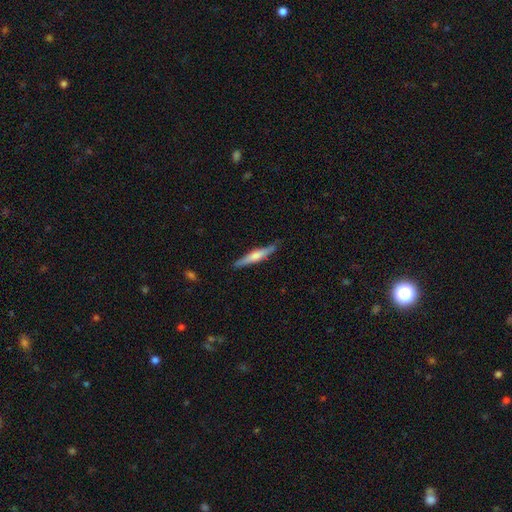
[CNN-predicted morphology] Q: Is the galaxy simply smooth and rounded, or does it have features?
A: featured or disk — 49%.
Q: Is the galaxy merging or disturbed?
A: none — 85%.